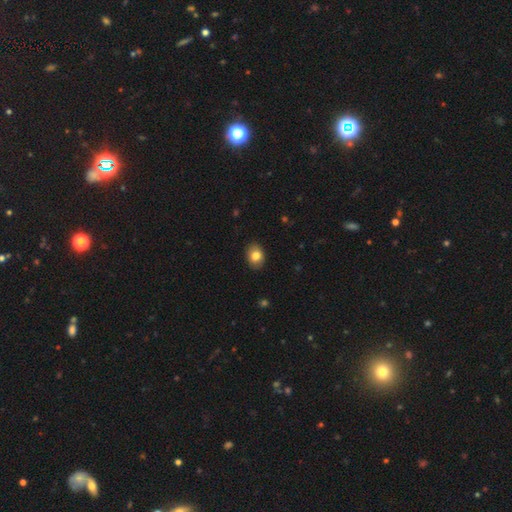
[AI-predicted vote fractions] smooth_or_featured: smooth (p=0.83) [alt: star or artifact p=0.09]
how_rounded: in between (p=0.62) [alt: round p=0.37]
merging: none (p=0.89) [alt: minor disturbance p=0.08]